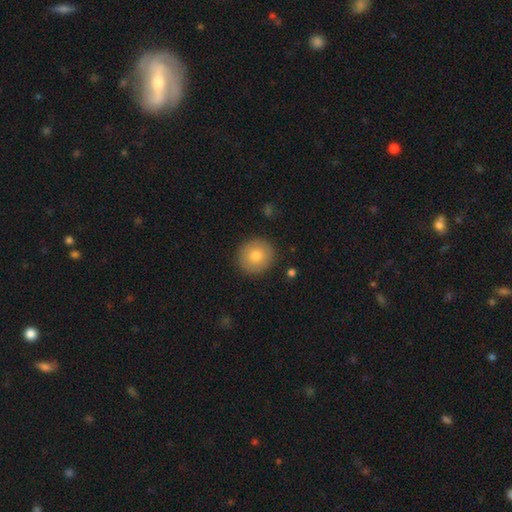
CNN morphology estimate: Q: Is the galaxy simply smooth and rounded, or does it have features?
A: smooth — 79%.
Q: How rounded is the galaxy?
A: round — 92%.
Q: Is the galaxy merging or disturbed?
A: none — 90%.